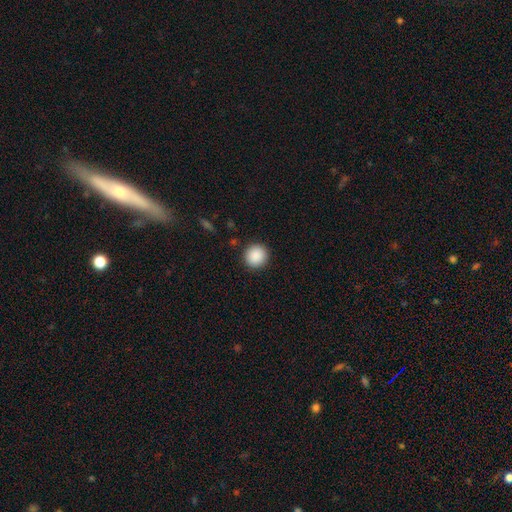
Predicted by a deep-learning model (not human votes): Q: Smooth or featured?
A: smooth (89%); runner-up: star or artifact (8%)
Q: How rounded?
A: round (94%); runner-up: in between (5%)
Q: Merging?
A: none (92%); runner-up: minor disturbance (5%)